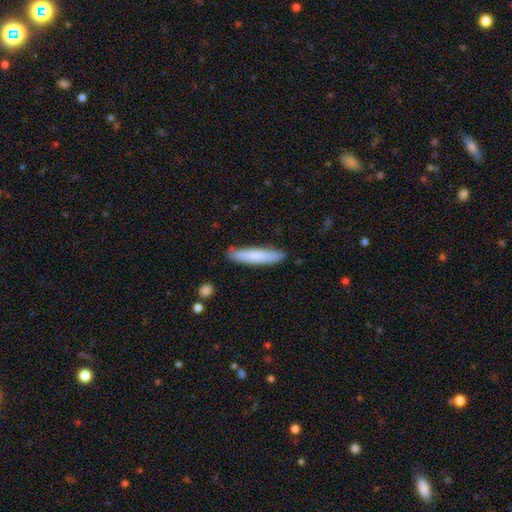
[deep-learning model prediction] A smooth galaxy with no disk features (78%) that is cigar-shaped (86%). Merging: none (86%).